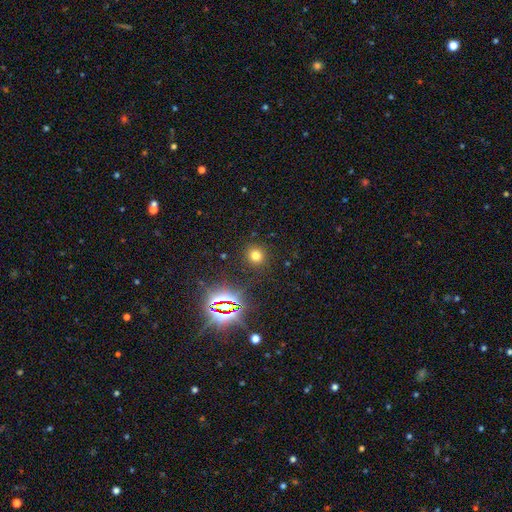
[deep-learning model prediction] The model was most divided on "smooth or featured": smooth: 68%, star or artifact: 25%, featured or disk: 7%. More confident: how rounded — round (92%); merging — none (89%).